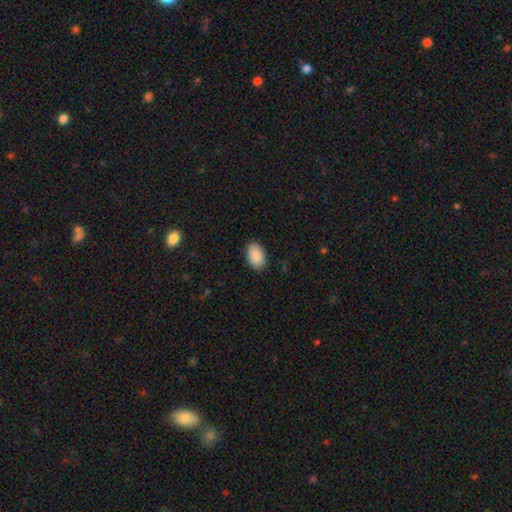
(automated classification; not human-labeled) Q: Smooth or featured?
A: smooth (91%); runner-up: star or artifact (6%)
Q: How rounded?
A: in between (89%); runner-up: round (10%)
Q: Merging?
A: none (88%); runner-up: minor disturbance (9%)